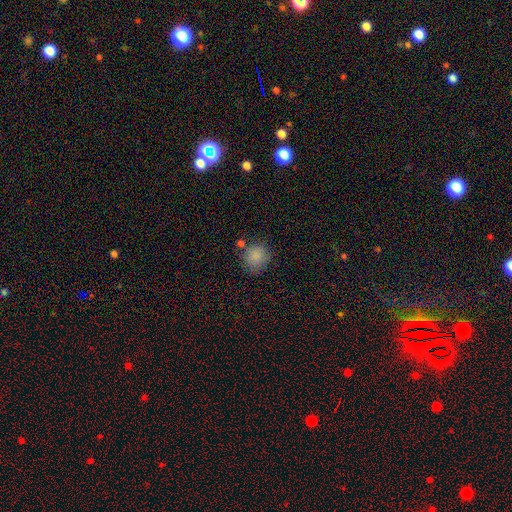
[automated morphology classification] This is clearly a smooth galaxy (85%). How rounded: clearly round (84%). Merging: likely none (71%).